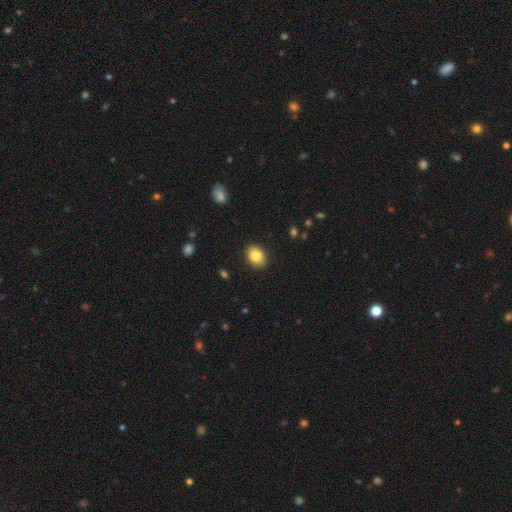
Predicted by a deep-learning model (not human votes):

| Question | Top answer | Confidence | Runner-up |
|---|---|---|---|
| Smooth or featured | smooth | 84% | star or artifact (8%) |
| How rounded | in between | 63% | round (36%) |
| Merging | none | 89% | minor disturbance (8%) |